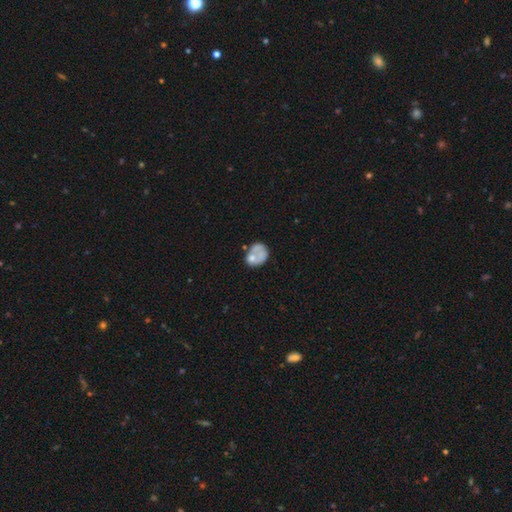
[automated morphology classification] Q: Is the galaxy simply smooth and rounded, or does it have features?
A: smooth — 57%.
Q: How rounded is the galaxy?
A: in between — 50%.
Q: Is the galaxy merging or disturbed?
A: none — 38%.